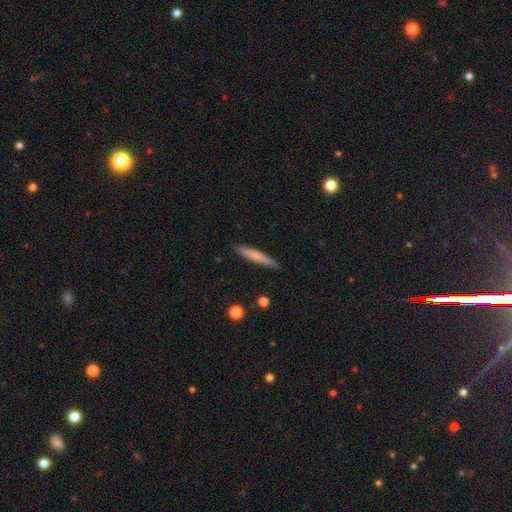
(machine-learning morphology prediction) This is likely a smooth galaxy (66%). How rounded: clearly cigar-shaped (94%). Merging: clearly none (90%).